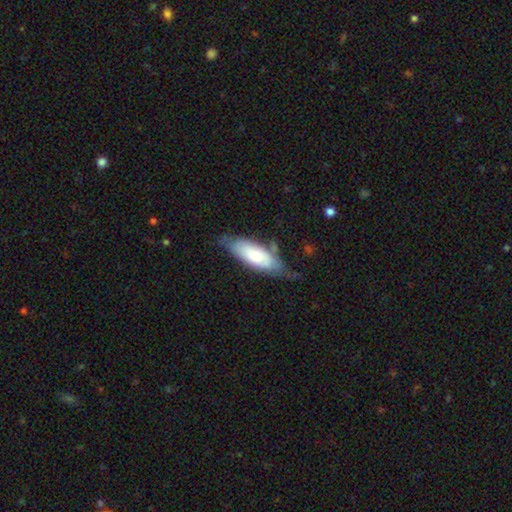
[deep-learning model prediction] The model was most divided on "merging": none: 50%, minor disturbance: 35%, major disturbance: 11%, merger: 4%. More confident: how rounded — in between (74%); smooth or featured — smooth (65%).